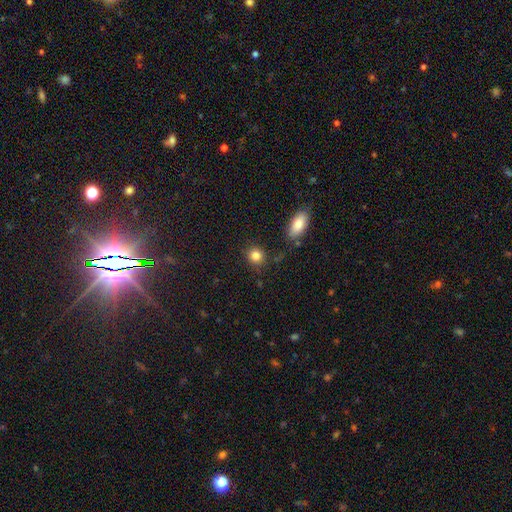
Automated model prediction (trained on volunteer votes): Morphology: type=smooth (85%); roundness=round (82%); merging=none (84%).